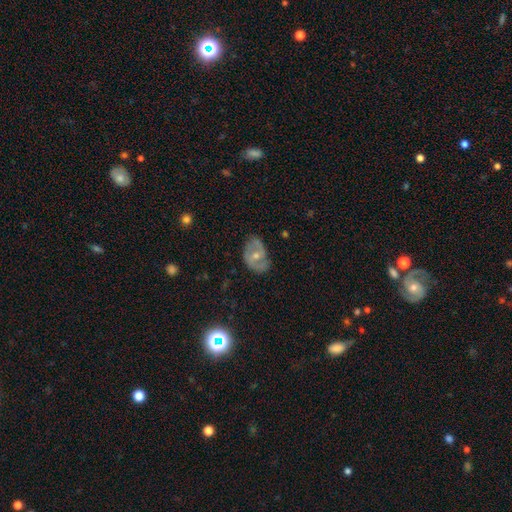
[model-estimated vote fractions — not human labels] Smooth or featured? Predicted: featured or disk (p=0.61). Edge-on disk? Predicted: no (p=0.96). Bar? Predicted: no (p=0.52). Spiral arms? Predicted: yes (p=0.69). Bulge size? Predicted: moderate (p=0.54). Merging? Predicted: none (p=0.60).